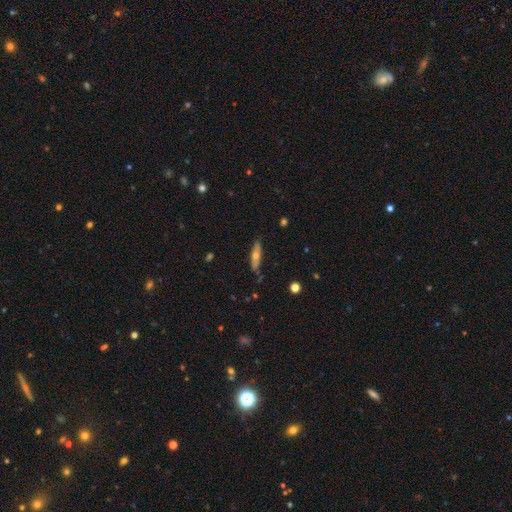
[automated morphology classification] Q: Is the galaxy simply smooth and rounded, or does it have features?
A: smooth — 48%.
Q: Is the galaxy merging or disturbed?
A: none — 80%.